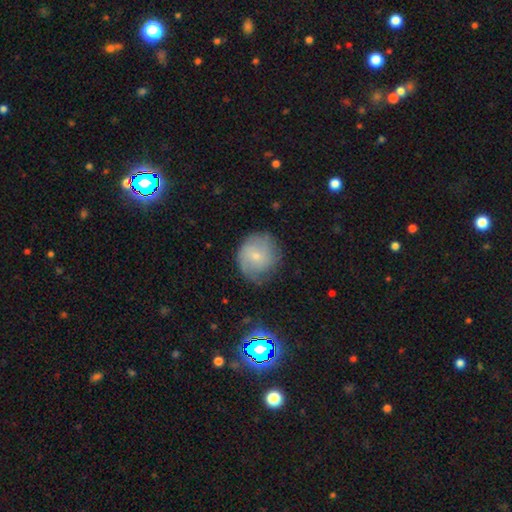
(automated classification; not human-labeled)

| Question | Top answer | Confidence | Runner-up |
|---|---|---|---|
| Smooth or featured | smooth | 49% | featured or disk (42%) |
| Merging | none | 67% | minor disturbance (23%) |